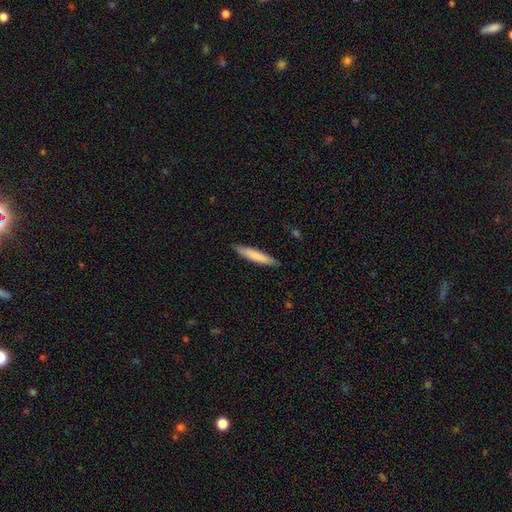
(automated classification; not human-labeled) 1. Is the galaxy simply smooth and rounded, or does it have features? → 77% smooth, 18% featured or disk, 5% star or artifact.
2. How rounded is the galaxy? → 92% cigar-shaped, 7% in between, 1% round.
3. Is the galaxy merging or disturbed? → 89% none, 8% minor disturbance, 2% major disturbance, 1% merger.